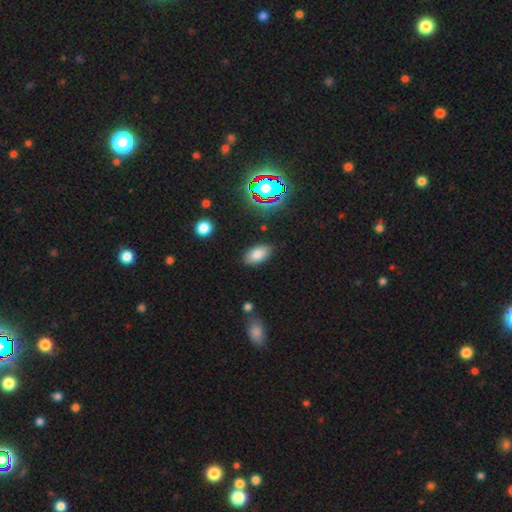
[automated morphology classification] A smooth galaxy with no disk features (79%) that is in between round and cigar-shaped (92%).

Vote fractions:
- Smooth or featured? smooth: 79% / star or artifact: 12% / featured or disk: 9%
- How rounded? in between: 92% / round: 5% / cigar-shaped: 3%
- Merging? none: 84% / minor disturbance: 11% / major disturbance: 3% / merger: 2%